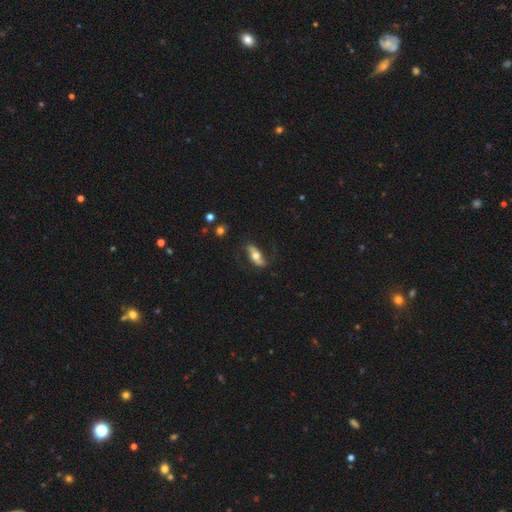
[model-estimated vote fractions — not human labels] Smooth or featured? featured or disk (53%)
Edge-on disk? no (66%)
Merging? none (73%)